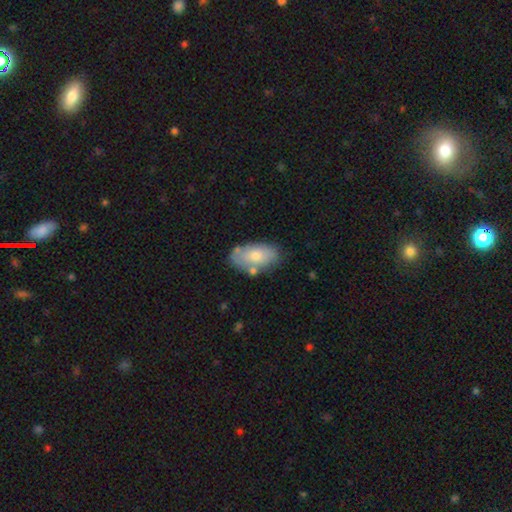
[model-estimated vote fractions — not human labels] Smooth or featured: smooth — 67% (featured or disk — 27%)
How rounded: in between — 93% (round — 4%)
Merging: none — 69% (minor disturbance — 19%)